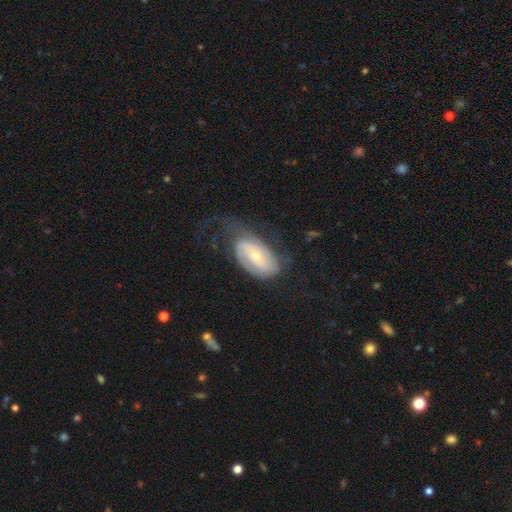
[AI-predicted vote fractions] Smooth or featured?
  - featured or disk: 71% *
  - smooth: 24%
  - star or artifact: 6%
Edge-on disk?
  - no: 94% *
  - yes: 6%
Bar?
  - no: 51% *
  - weak: 34%
  - strong: 14%
Spiral arms?
  - yes: 85% *
  - no: 15%
Spiral winding?
  - tight: 41% *
  - medium: 35%
  - loose: 24%
Spiral arm count?
  - 2: 50% *
  - can't tell: 26%
  - 1: 17%
  - 3: 4%
  - 4: 2%
  - more than 4: 2%
Bulge size?
  - small: 59% *
  - moderate: 37%
  - large: 2%
  - none: 1%
  - dominant: 1%
Merging?
  - none: 38% *
  - major disturbance: 34%
  - minor disturbance: 26%
  - merger: 2%